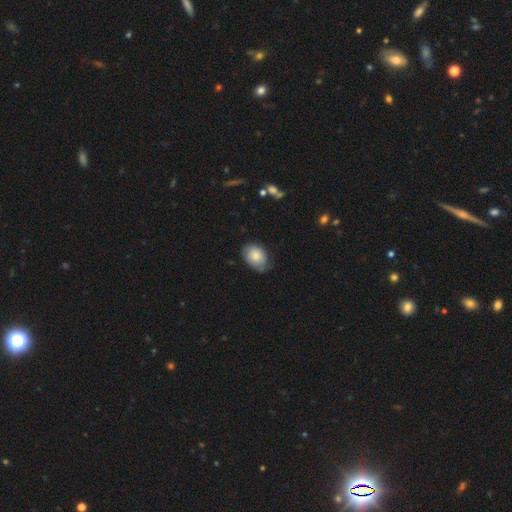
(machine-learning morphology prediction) This appears to be a smooth galaxy with no disk features (81%) that is in between round and cigar-shaped (73%). Merging: none (63%).